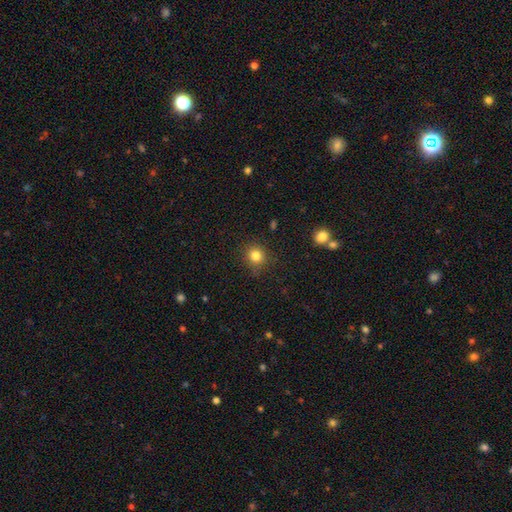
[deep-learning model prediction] This is clearly a smooth galaxy (82%). How rounded: clearly round (87%). Merging: clearly none (85%).